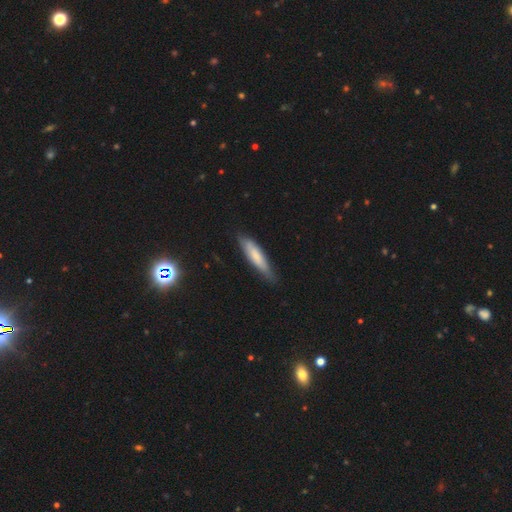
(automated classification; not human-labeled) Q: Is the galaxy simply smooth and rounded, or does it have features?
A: smooth — 68%.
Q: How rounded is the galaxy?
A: cigar-shaped — 77%.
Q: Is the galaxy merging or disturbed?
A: none — 73%.